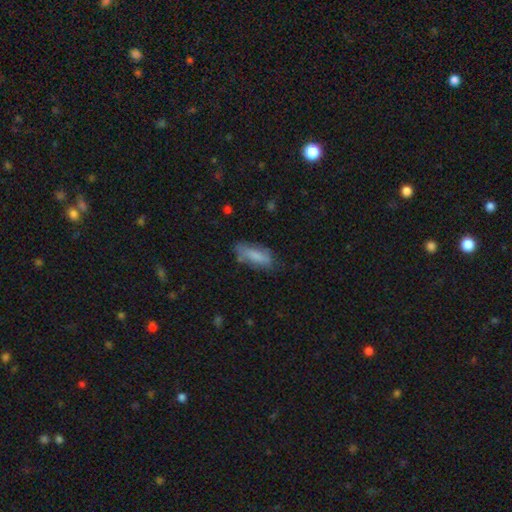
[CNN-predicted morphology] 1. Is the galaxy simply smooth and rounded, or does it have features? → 76% smooth, 16% featured or disk, 7% star or artifact.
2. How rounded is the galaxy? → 63% in between, 35% cigar-shaped, 2% round.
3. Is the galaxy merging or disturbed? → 63% none, 26% minor disturbance, 7% major disturbance, 3% merger.